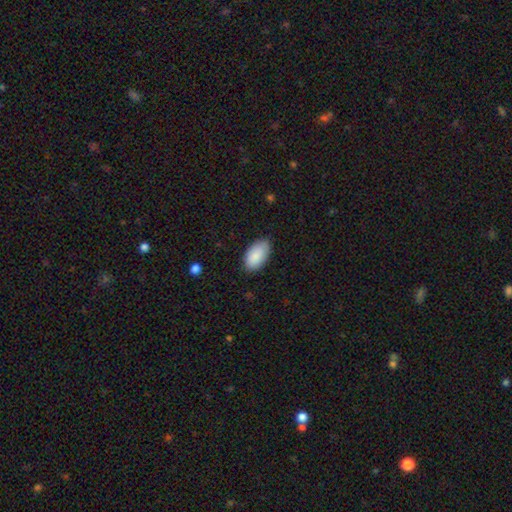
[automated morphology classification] This appears to be a smooth galaxy with no disk features (89%) that is in between round and cigar-shaped (95%). Merging: none (81%).